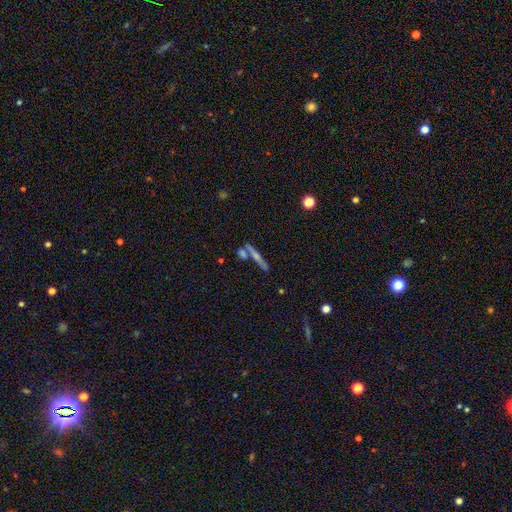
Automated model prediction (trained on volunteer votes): Smooth or featured?
  - featured or disk: 57% *
  - smooth: 31%
  - star or artifact: 12%
Edge-on disk?
  - yes: 93% *
  - no: 7%
Edge-on bulge?
  - rounded: 69% *
  - none: 24%
  - boxy: 7%
Merging?
  - none: 68% *
  - merger: 18%
  - minor disturbance: 9%
  - major disturbance: 4%